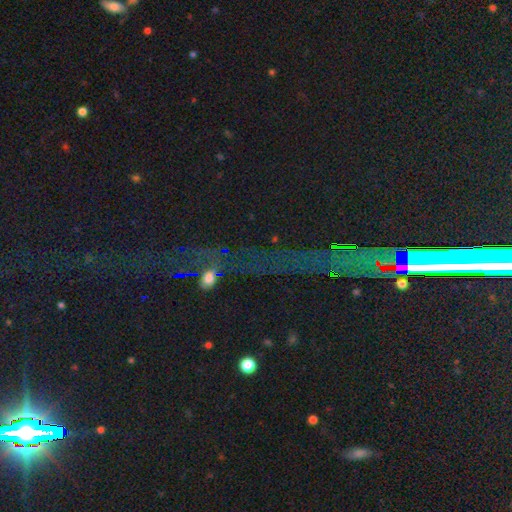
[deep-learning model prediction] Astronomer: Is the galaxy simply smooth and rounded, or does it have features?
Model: star or artifact — 78%.